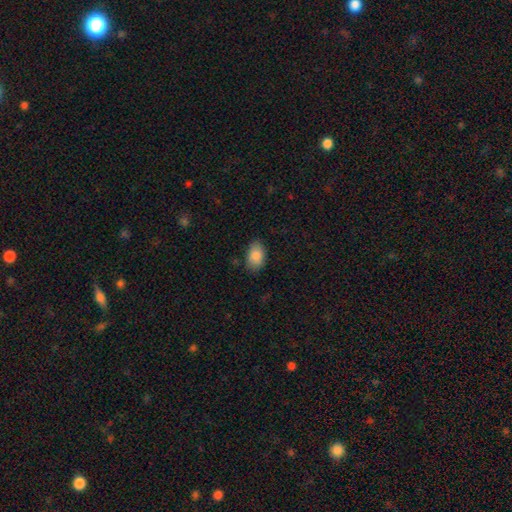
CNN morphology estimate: smooth-or-featured: smooth: 87% | star or artifact: 7% | featured or disk: 6%
  how-rounded: in between: 90% | round: 9% | cigar-shaped: 1%
  merging: none: 79% | minor disturbance: 16% | major disturbance: 3% | merger: 1%